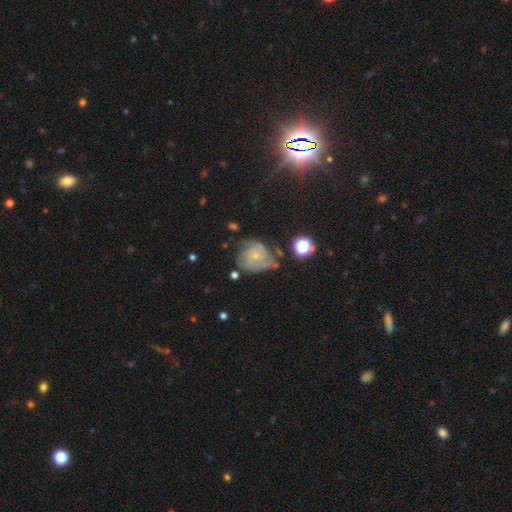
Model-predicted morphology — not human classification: Smooth or featured? featured or disk (83%)
Edge-on disk? no (98%)
Bar? no (73%)
Spiral arms? yes (95%)
Spiral winding? tight (58%)
Spiral arm count? 2 (36%)
Bulge size? small (75%)
Merging? none (53%)